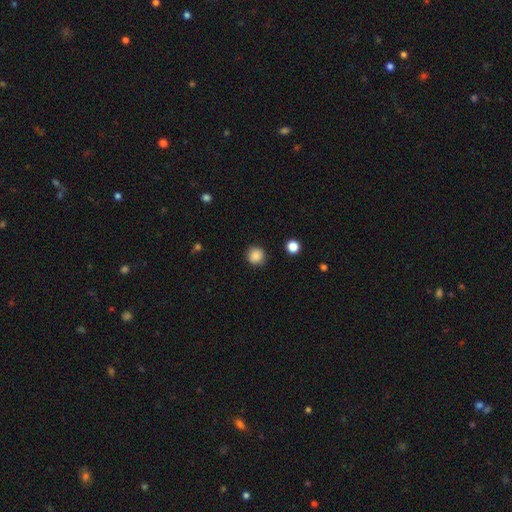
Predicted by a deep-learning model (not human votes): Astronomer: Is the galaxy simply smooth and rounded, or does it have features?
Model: smooth — 86%.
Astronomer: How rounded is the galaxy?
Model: round — 92%.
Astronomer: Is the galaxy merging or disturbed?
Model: none — 87%.